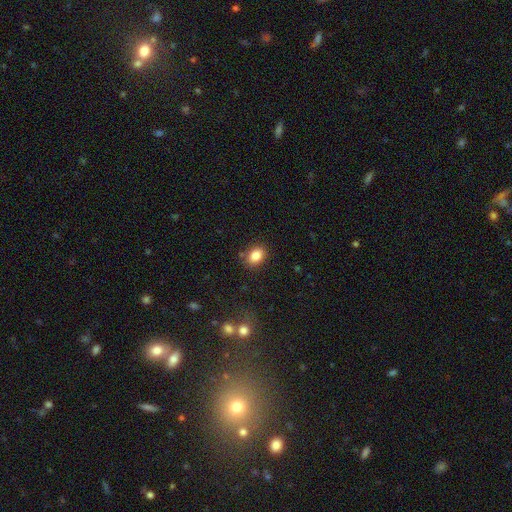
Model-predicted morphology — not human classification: Smooth or featured: smooth — 85% (star or artifact — 9%)
How rounded: in between — 71% (round — 28%)
Merging: none — 82% (minor disturbance — 11%)